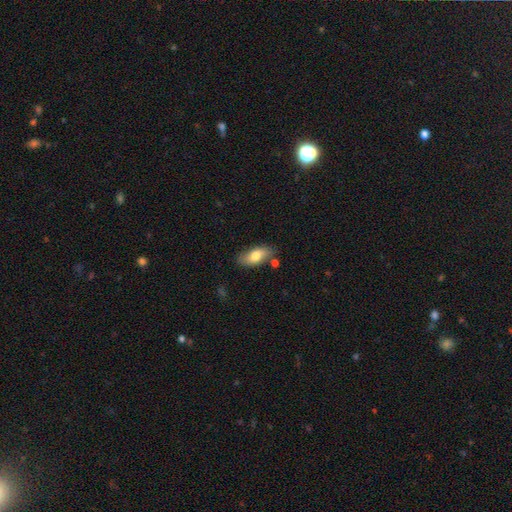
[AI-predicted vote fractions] smooth 73%, featured or disk 21%, star or artifact 6%. Down the decision tree: how rounded — in between (88%); merging — none (77%).